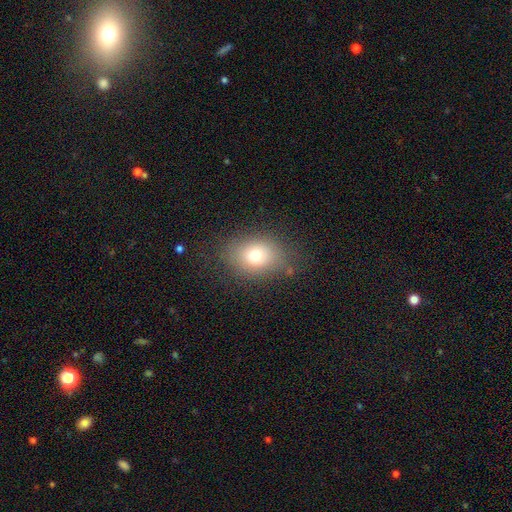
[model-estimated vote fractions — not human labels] The model was most divided on "how rounded": in between: 64%, round: 35%, cigar-shaped: 1%. More confident: merging — none (75%); smooth or featured — smooth (74%).